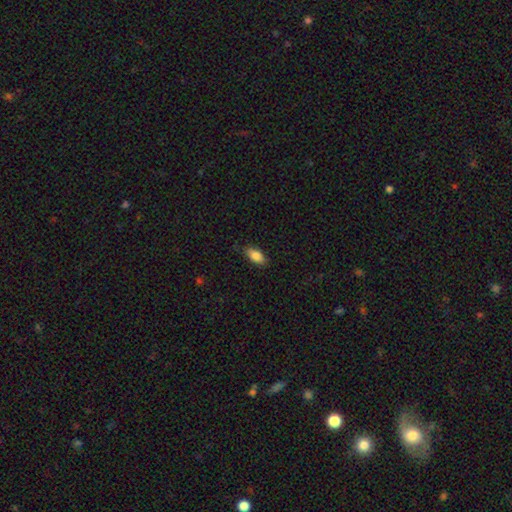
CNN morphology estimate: Smooth or featured: smooth — 85% (featured or disk — 8%)
How rounded: in between — 88% (cigar-shaped — 9%)
Merging: none — 82% (minor disturbance — 14%)